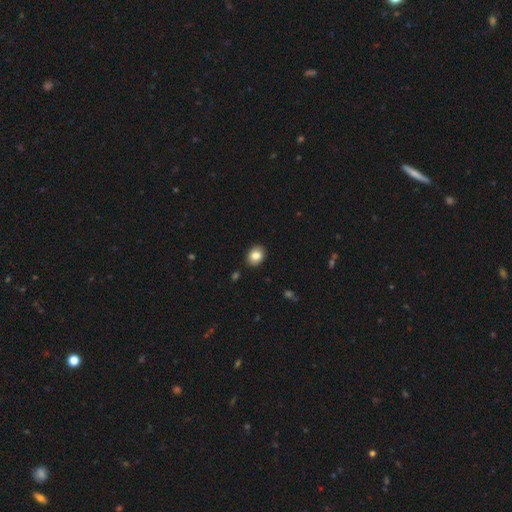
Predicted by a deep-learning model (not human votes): smooth 83%, star or artifact 8%, featured or disk 8%. Down the decision tree: how rounded — in between (63%); merging — none (88%).